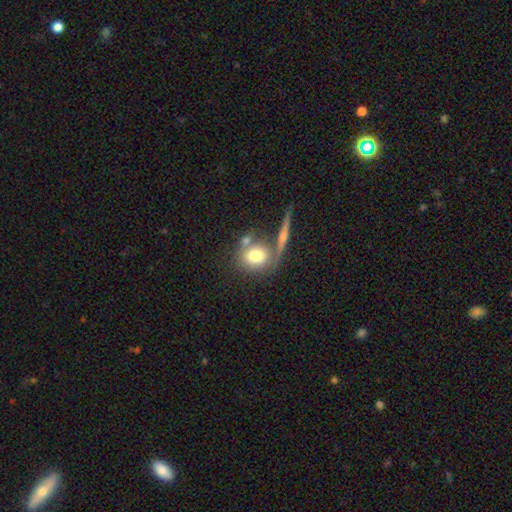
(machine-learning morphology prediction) Smooth or featured? Predicted: smooth (p=0.74). How rounded? Predicted: round (p=0.71). Merging? Predicted: none (p=0.58).